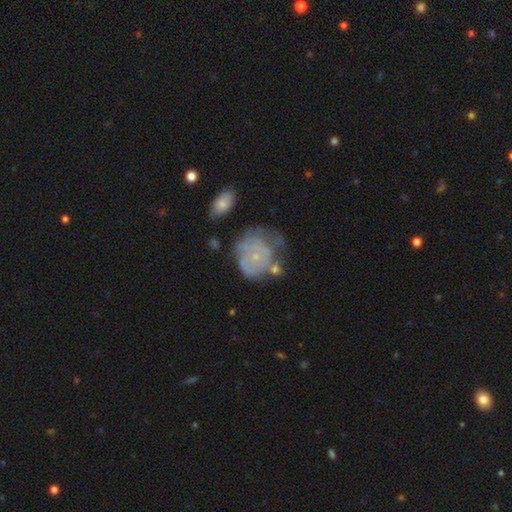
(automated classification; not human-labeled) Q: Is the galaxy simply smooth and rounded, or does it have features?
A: featured or disk — 57%.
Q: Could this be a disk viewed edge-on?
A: no — 98%.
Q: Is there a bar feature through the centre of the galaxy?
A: no — 87%.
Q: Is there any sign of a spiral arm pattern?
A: yes — 51%.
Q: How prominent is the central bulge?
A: small — 78%.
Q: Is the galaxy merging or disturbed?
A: none — 32%.